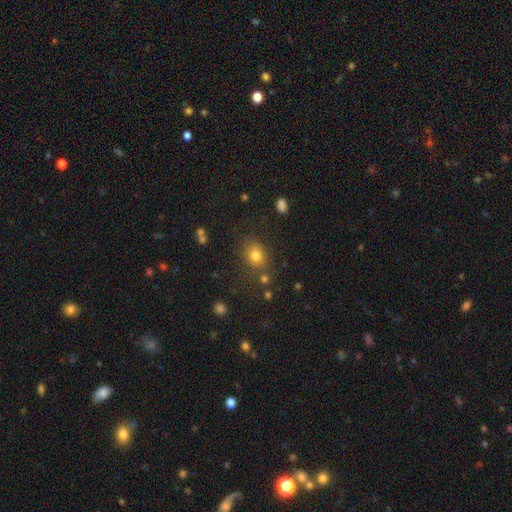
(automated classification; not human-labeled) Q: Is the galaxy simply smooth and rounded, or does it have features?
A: smooth — 77%.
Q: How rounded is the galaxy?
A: round — 54%.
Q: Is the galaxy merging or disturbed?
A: none — 73%.